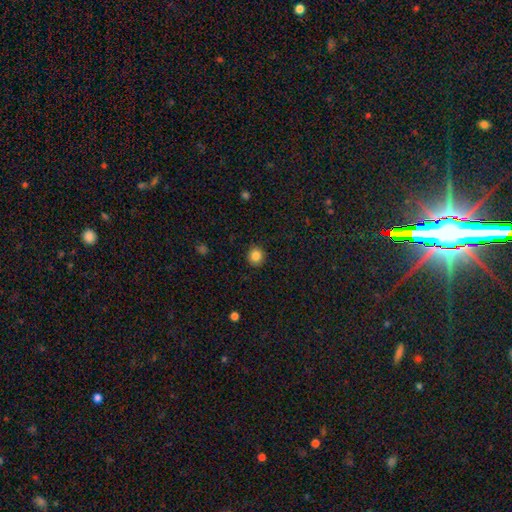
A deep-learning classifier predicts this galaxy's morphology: smooth_or_featured: smooth (p=0.85) [alt: star or artifact p=0.11]
how_rounded: round (p=0.90) [alt: in between p=0.09]
merging: none (p=0.91) [alt: minor disturbance p=0.06]